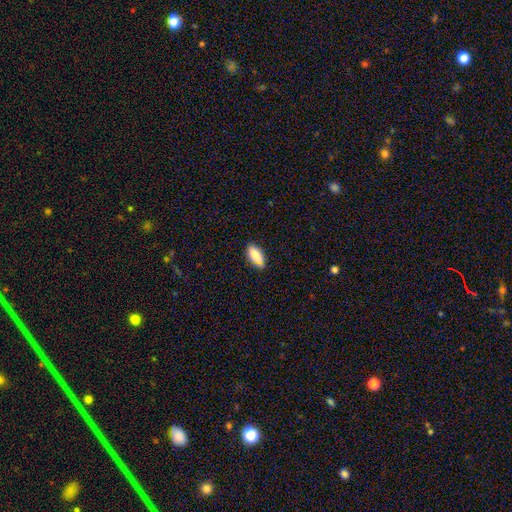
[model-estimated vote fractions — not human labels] The model was most divided on "how rounded": in between: 80%, cigar-shaped: 18%, round: 2%. More confident: smooth or featured — smooth (86%); merging — none (81%).